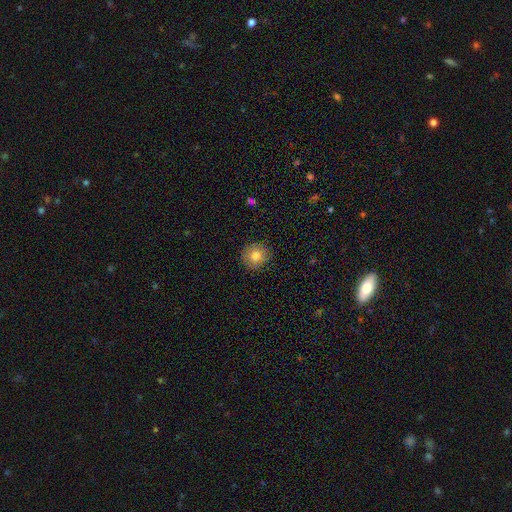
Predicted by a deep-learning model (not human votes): smooth 79%, featured or disk 11%, star or artifact 11%. Down the decision tree: how rounded — round (92%); merging — none (90%).